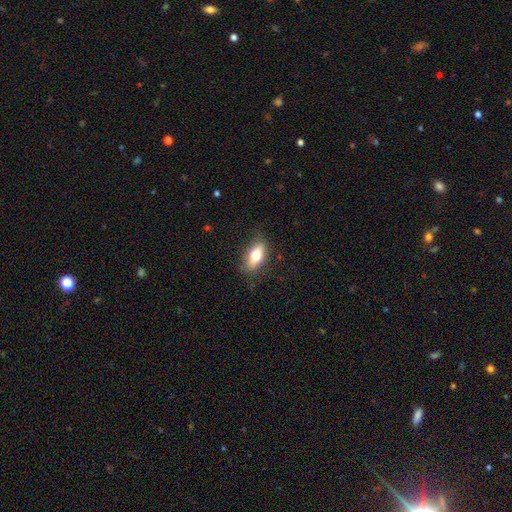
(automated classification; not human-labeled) Morphology: type=smooth (68%); roundness=in between (80%); merging=none (81%).